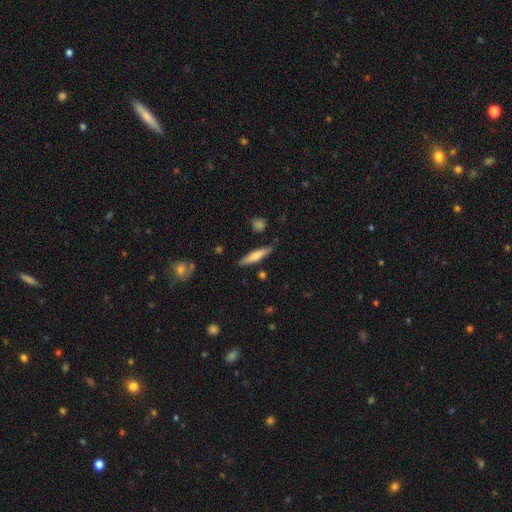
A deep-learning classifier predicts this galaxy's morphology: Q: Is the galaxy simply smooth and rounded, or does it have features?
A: smooth — 61%.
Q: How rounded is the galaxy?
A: cigar-shaped — 84%.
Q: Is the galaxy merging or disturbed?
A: none — 83%.